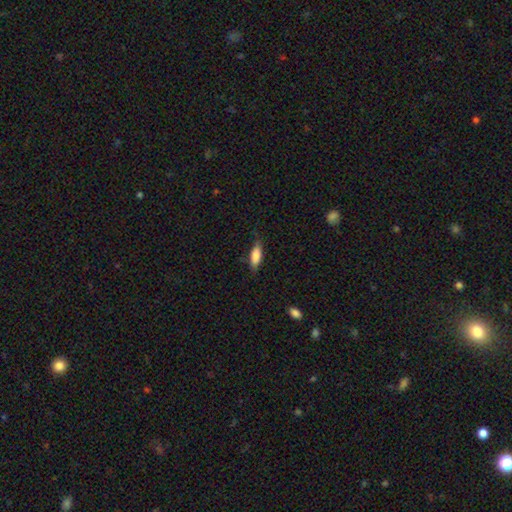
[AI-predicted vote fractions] Overall: smooth (79%). How rounded: in between (64%; cigar-shaped 33%). Merging: none (72%).